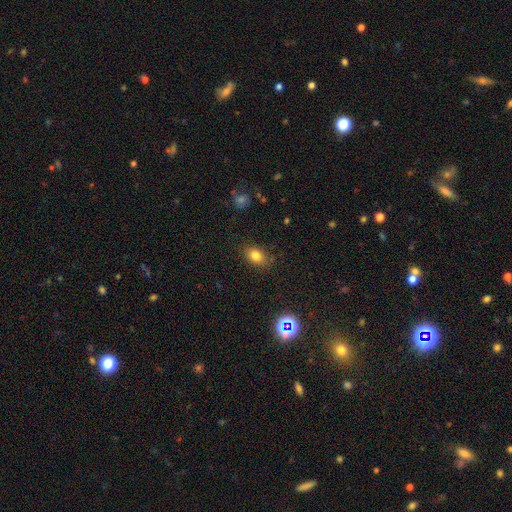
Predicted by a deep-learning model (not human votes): This is clearly a smooth galaxy (80%). How rounded: likely in between (77%). Merging: clearly none (82%).